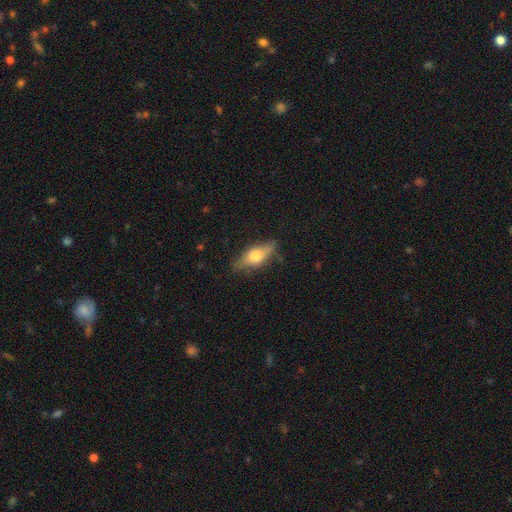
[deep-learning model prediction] The model was most divided on "smooth or featured": featured or disk: 47%, smooth: 46%, star or artifact: 7%. More confident: merging — none (79%).